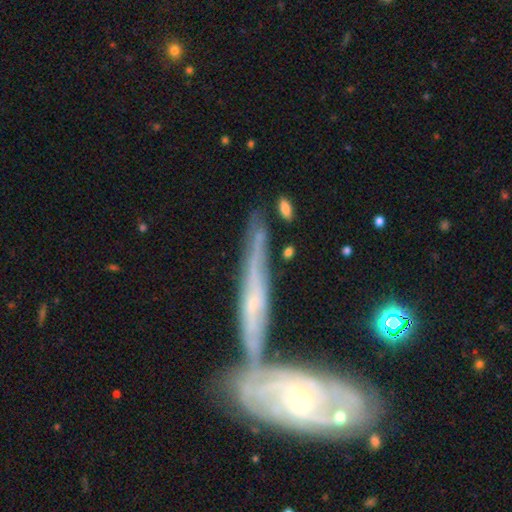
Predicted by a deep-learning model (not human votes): A featured or disk galaxy (67%) viewed edge-on (78%) with no central bulge (49%). Merging: none (47%).